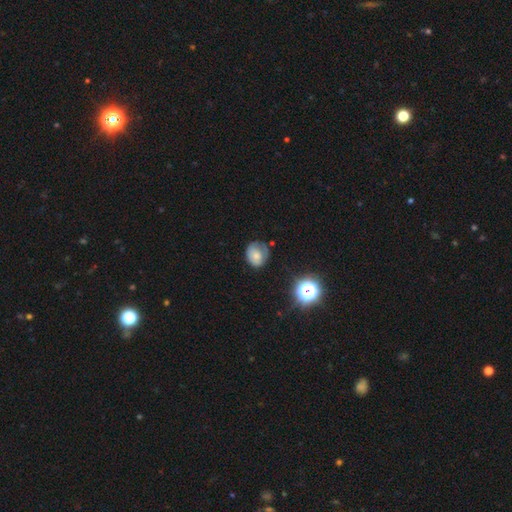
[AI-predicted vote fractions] Smooth or featured? Predicted: smooth (p=0.66). How rounded? Predicted: round (p=0.63). Merging? Predicted: none (p=0.54).